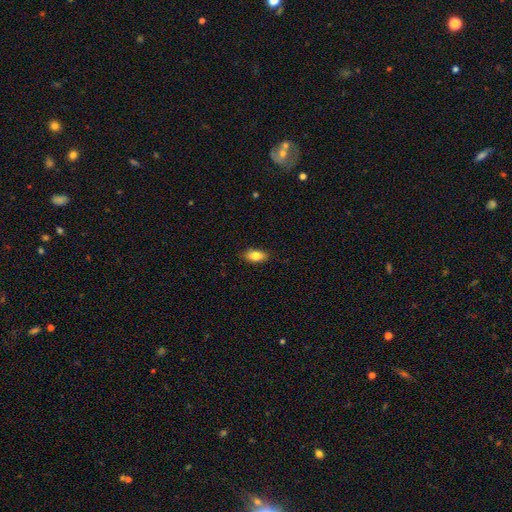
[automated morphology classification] This appears to be a smooth galaxy with no disk features (82%) that is in between round and cigar-shaped (90%). Merging: none (87%).